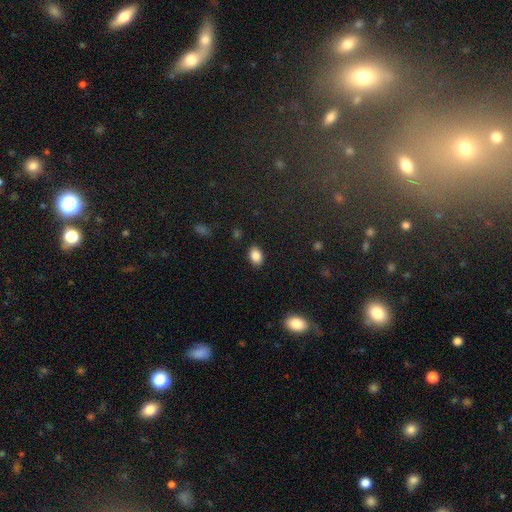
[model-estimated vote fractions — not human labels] Smooth or featured? Predicted: smooth (p=0.86). How rounded? Predicted: in between (p=0.84). Merging? Predicted: none (p=0.86).